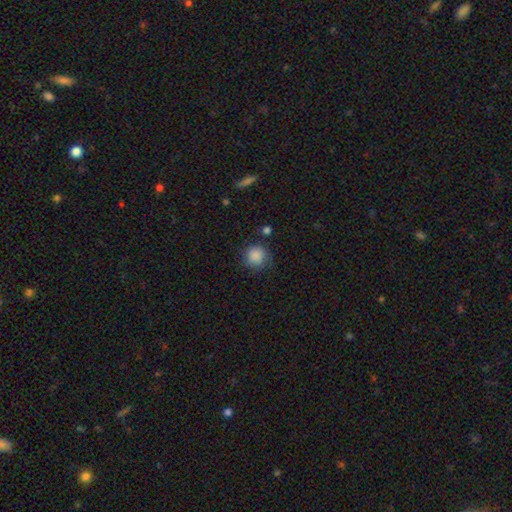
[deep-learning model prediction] smooth 87%, star or artifact 9%, featured or disk 3%. Down the decision tree: how rounded — round (92%); merging — none (81%).